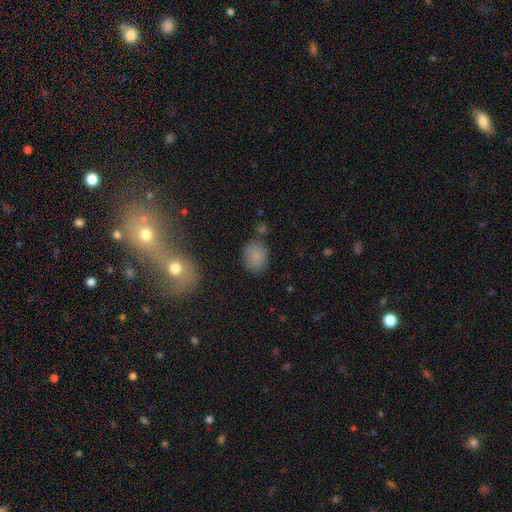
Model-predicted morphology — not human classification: Smooth or featured?
  - smooth: 82% *
  - star or artifact: 11%
  - featured or disk: 8%
How rounded?
  - in between: 63% *
  - round: 35%
  - cigar-shaped: 1%
Merging?
  - none: 76% *
  - minor disturbance: 14%
  - merger: 7%
  - major disturbance: 4%